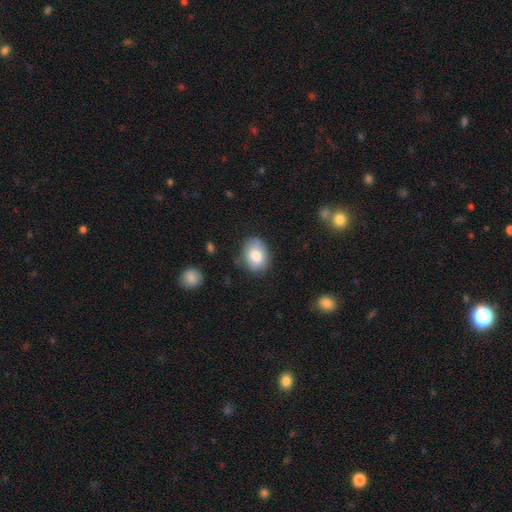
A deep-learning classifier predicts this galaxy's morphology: Smooth or featured?
  - smooth: 79% *
  - featured or disk: 14%
  - star or artifact: 7%
How rounded?
  - in between: 71% *
  - round: 28%
  - cigar-shaped: 1%
Merging?
  - none: 76% *
  - minor disturbance: 18%
  - major disturbance: 4%
  - merger: 2%